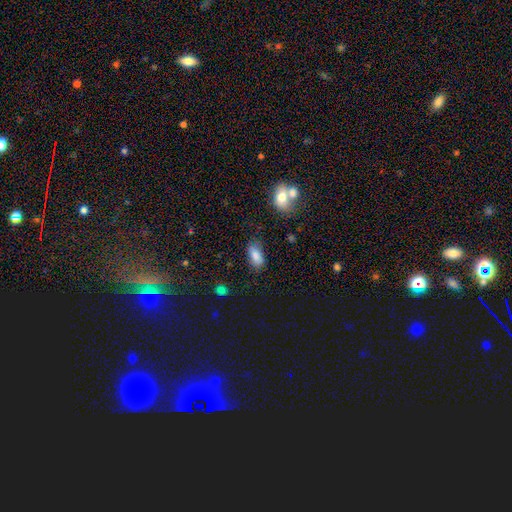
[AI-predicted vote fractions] smooth_or_featured: smooth (p=0.84) [alt: star or artifact p=0.08]
how_rounded: in between (p=0.90) [alt: cigar-shaped p=0.07]
merging: none (p=0.71) [alt: minor disturbance p=0.20]